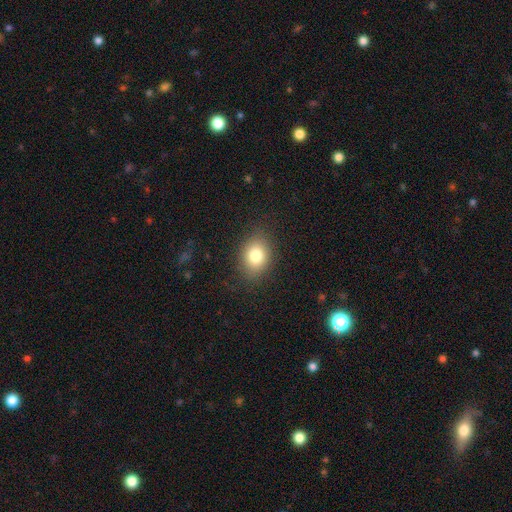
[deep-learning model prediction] This appears to be a smooth galaxy with no disk features (80%) that is in between round and cigar-shaped (59%). Merging: none (83%).